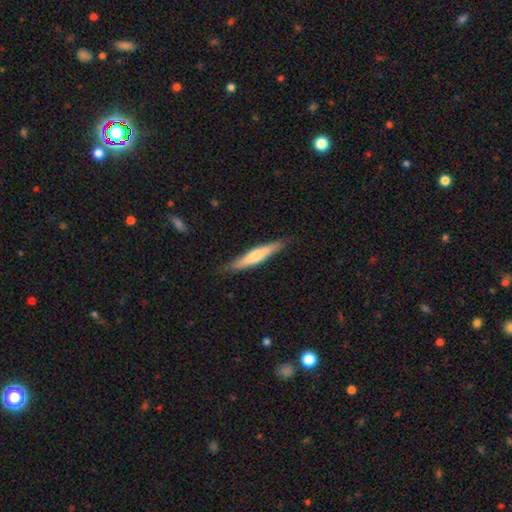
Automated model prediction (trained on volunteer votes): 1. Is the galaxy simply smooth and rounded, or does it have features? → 56% smooth, 39% featured or disk, 5% star or artifact.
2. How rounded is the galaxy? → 90% cigar-shaped, 8% in between, 1% round.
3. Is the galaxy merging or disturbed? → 86% none, 11% minor disturbance, 2% major disturbance, 1% merger.